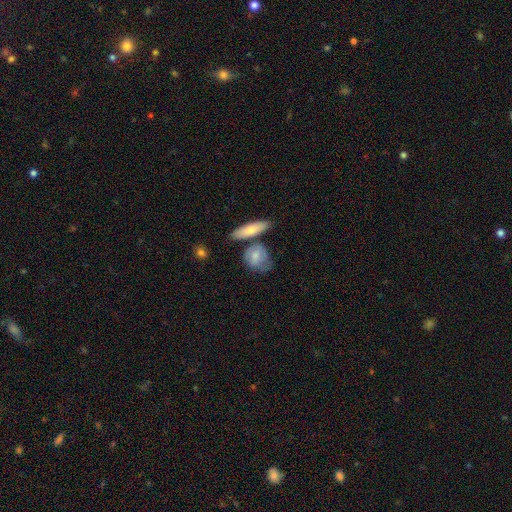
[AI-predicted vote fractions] Smooth or featured: smooth — 72% (featured or disk — 23%)
How rounded: in between — 47% (round — 45%)
Merging: none — 50% (minor disturbance — 22%)